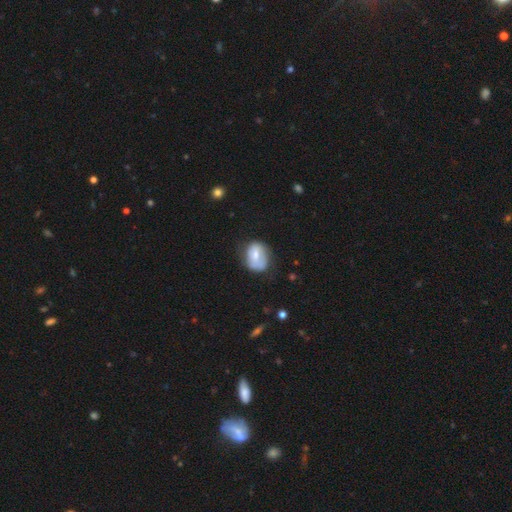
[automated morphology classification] smooth-or-featured: smooth: 63% | featured or disk: 30% | star or artifact: 7%
  how-rounded: in between: 62% | round: 37% | cigar-shaped: 1%
  merging: none: 53% | minor disturbance: 32% | major disturbance: 12% | merger: 2%